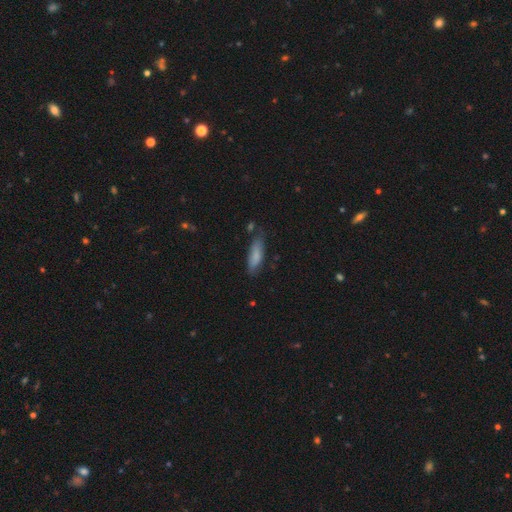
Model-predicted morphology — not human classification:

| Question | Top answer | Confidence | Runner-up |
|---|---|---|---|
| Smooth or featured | smooth | 80% | featured or disk (13%) |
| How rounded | in between | 53% | cigar-shaped (46%) |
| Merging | none | 68% | minor disturbance (24%) |